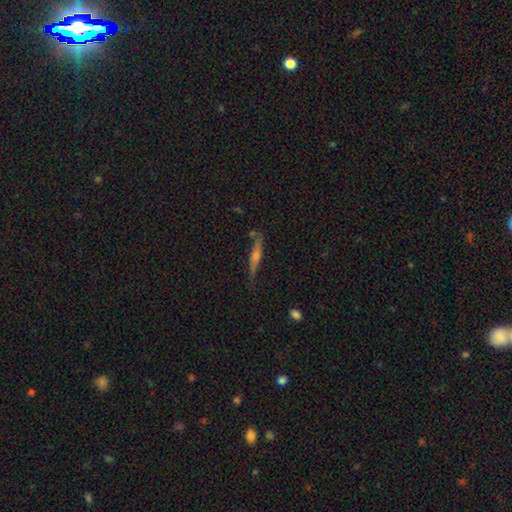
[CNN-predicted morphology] Smooth or featured: featured or disk — 59% (smooth — 32%)
Edge-on disk: yes — 92% (no — 8%)
Edge-on bulge: rounded — 68% (none — 17%)
Merging: none — 71% (minor disturbance — 19%)